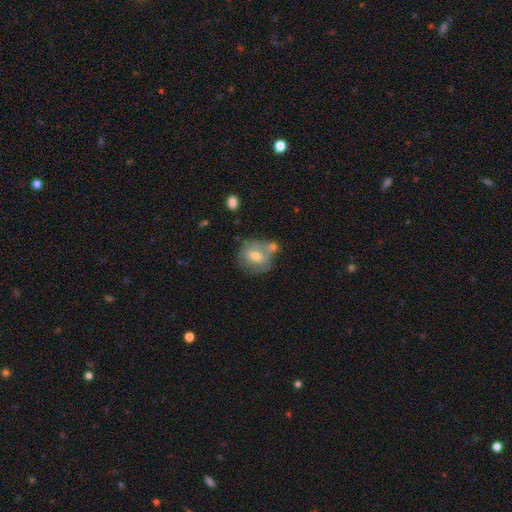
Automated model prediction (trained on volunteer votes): smooth-or-featured: smooth: 57% | featured or disk: 36% | star or artifact: 8%
  how-rounded: round: 70% | in between: 28% | cigar-shaped: 1%
  merging: none: 45% | merger: 26% | minor disturbance: 20% | major disturbance: 9%